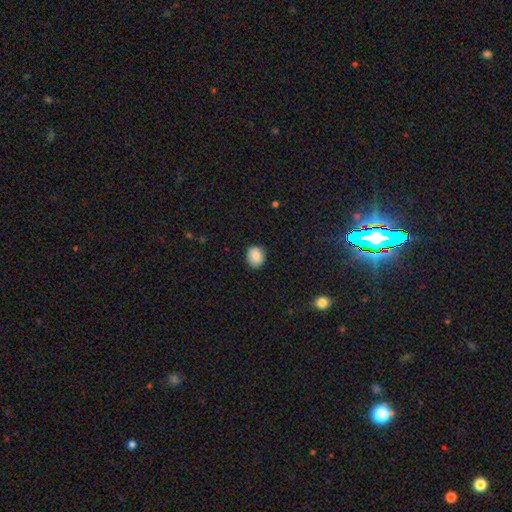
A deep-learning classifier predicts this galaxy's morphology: Smooth or featured? smooth (87%)
How rounded? round (63%)
Merging? none (84%)